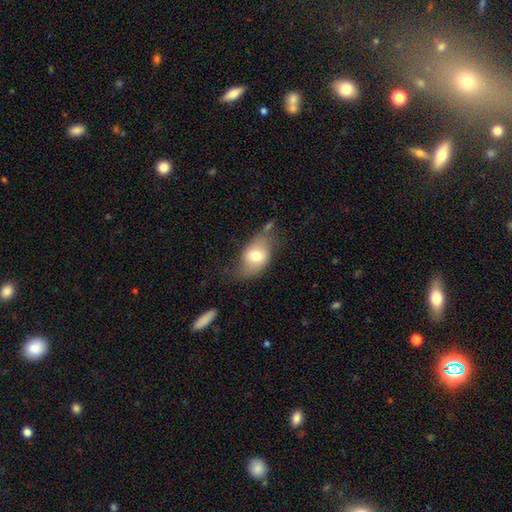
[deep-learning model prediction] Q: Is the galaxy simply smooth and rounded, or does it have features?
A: smooth — 65%.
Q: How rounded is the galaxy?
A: in between — 84%.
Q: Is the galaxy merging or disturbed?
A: none — 51%.